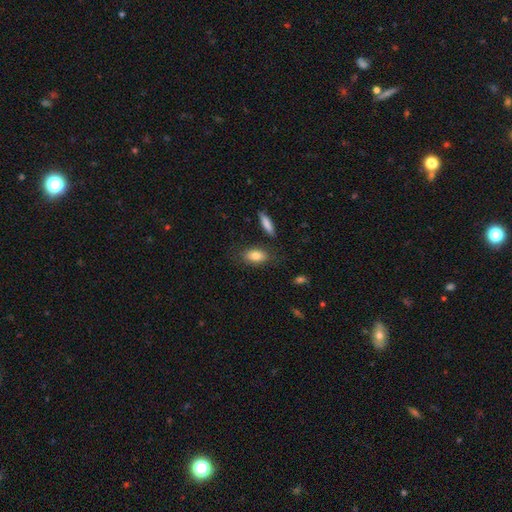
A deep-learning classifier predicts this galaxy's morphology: Smooth or featured: smooth — 81% (featured or disk — 11%)
How rounded: in between — 86% (cigar-shaped — 7%)
Merging: none — 78% (minor disturbance — 14%)